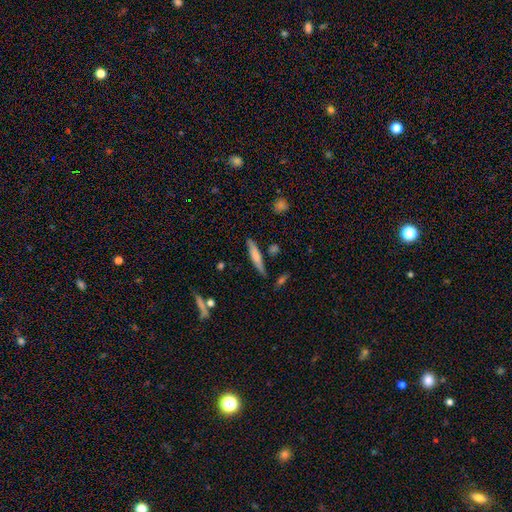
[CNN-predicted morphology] A smooth galaxy with no disk features (61%) that is cigar-shaped (88%). Merging: none (81%).